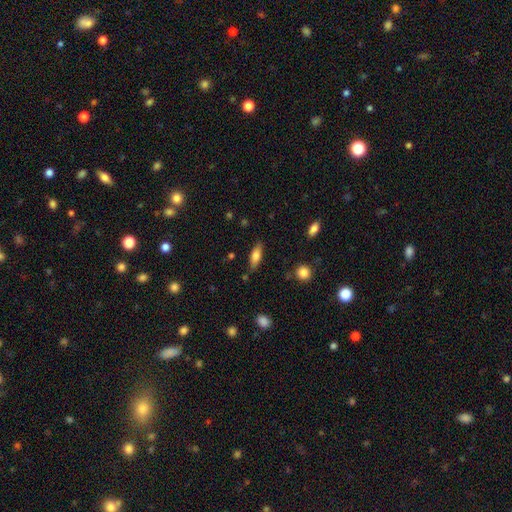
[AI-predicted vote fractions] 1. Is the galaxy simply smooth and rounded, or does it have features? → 73% smooth, 20% featured or disk, 7% star or artifact.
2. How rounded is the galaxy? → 70% in between, 28% cigar-shaped, 3% round.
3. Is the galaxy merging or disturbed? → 81% none, 13% minor disturbance, 3% major disturbance, 3% merger.